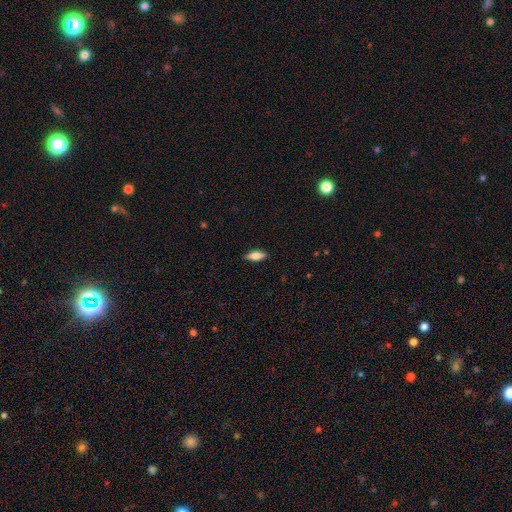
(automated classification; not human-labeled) Morphology: type=smooth (70%); roundness=in between (63%); merging=none (88%).